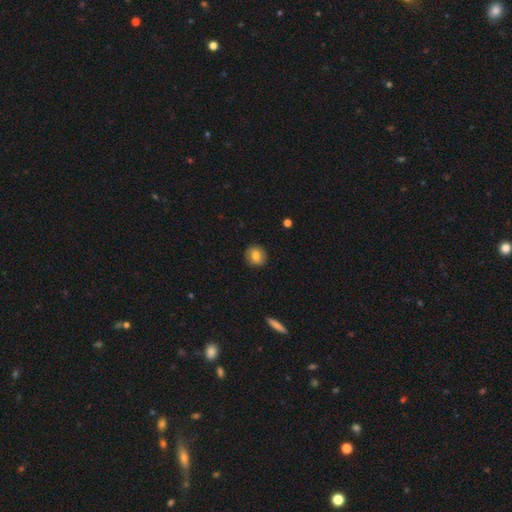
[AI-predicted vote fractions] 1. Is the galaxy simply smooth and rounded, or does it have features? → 77% smooth, 14% featured or disk, 8% star or artifact.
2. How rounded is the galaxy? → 86% round, 13% in between, 1% cigar-shaped.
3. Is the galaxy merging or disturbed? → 89% none, 7% minor disturbance, 2% major disturbance, 1% merger.